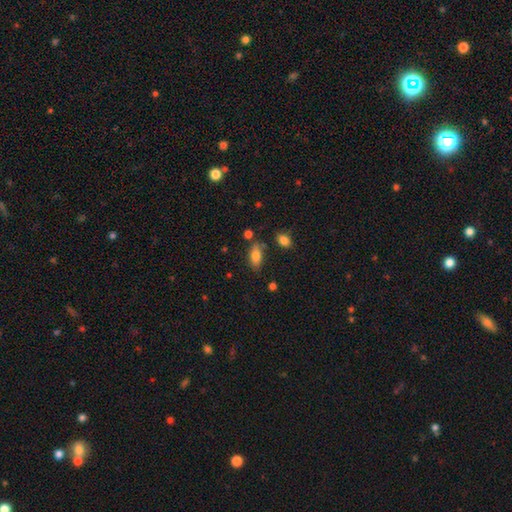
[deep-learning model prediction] Q: Smooth or featured?
A: smooth (80%); runner-up: featured or disk (11%)
Q: How rounded?
A: in between (87%); runner-up: cigar-shaped (9%)
Q: Merging?
A: none (72%); runner-up: minor disturbance (17%)